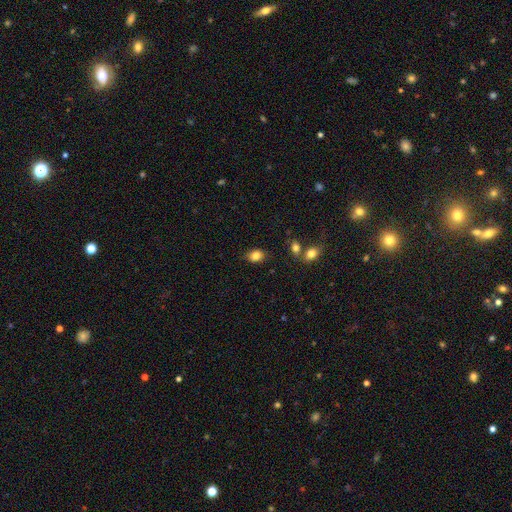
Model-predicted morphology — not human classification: A smooth galaxy with no disk features (84%) that is in between round and cigar-shaped (66%).

Vote fractions:
- Smooth or featured? smooth: 84% / star or artifact: 10% / featured or disk: 6%
- How rounded? in between: 66% / round: 32% / cigar-shaped: 1%
- Merging? none: 79% / minor disturbance: 14% / merger: 3% / major disturbance: 3%